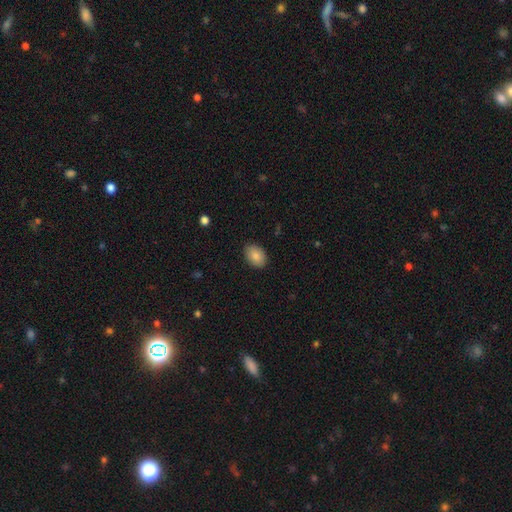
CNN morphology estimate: type=smooth (86%); roundness=in between (82%); merging=none (88%).